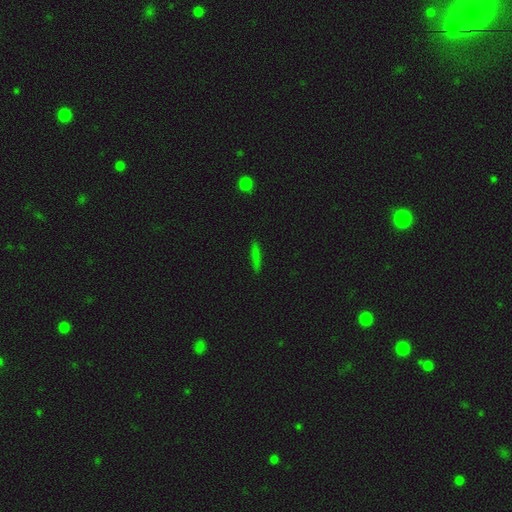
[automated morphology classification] Overall: smooth (73%). How rounded: cigar-shaped (86%). Merging: none (86%).